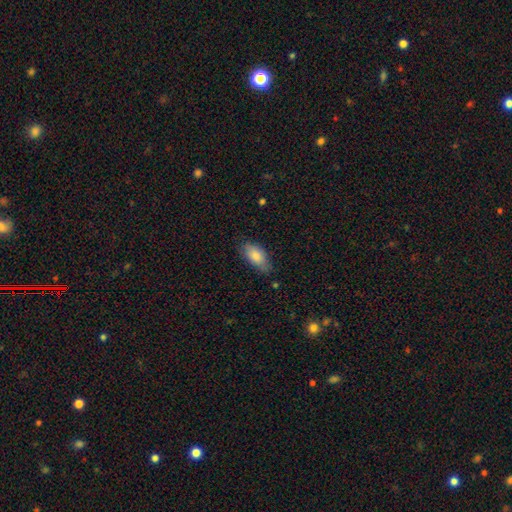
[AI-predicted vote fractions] Smooth or featured: smooth — 83% (featured or disk — 11%)
How rounded: in between — 89% (cigar-shaped — 8%)
Merging: none — 73% (minor disturbance — 21%)